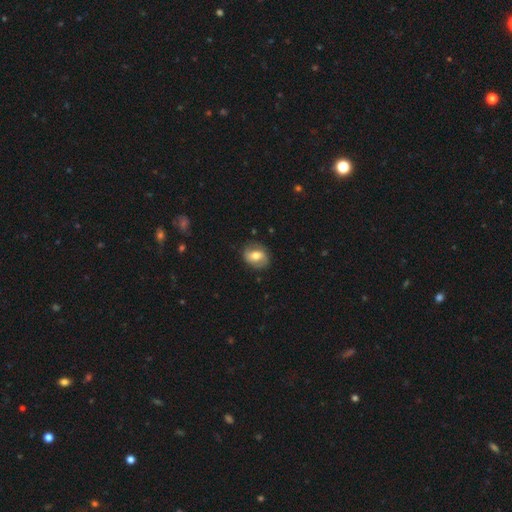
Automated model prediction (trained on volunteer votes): This appears to be a smooth galaxy with no disk features (51%) that is in between round and cigar-shaped (50%). Merging: none (79%).